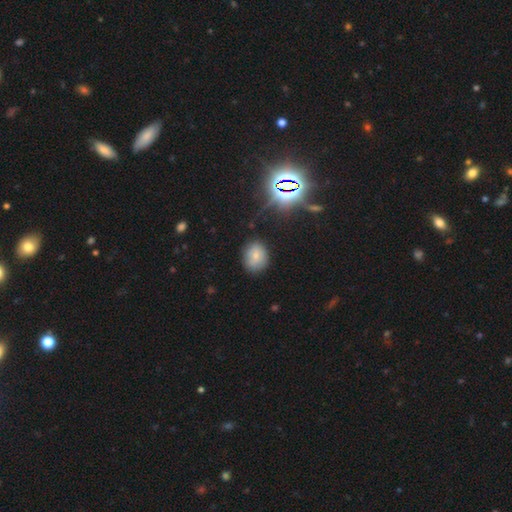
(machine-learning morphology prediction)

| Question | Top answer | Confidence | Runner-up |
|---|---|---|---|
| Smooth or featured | smooth | 70% | star or artifact (16%) |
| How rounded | round | 51% | in between (48%) |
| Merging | none | 78% | minor disturbance (16%) |